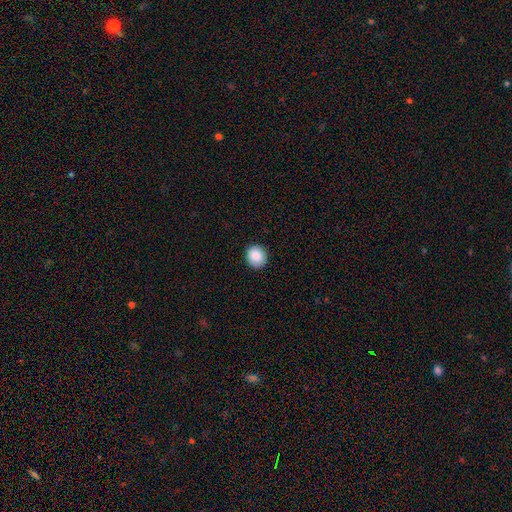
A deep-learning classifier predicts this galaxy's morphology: This appears to be a smooth galaxy with no disk features (88%) that is round (82%). Merging: none (90%).